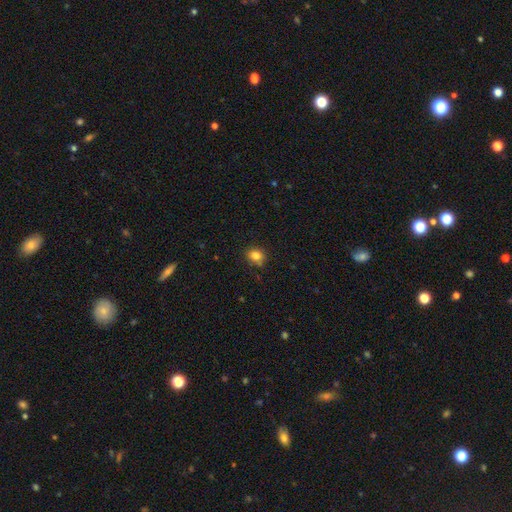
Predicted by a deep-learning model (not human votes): This appears to be a smooth galaxy with no disk features (82%) that is round (62%). Merging: none (79%).